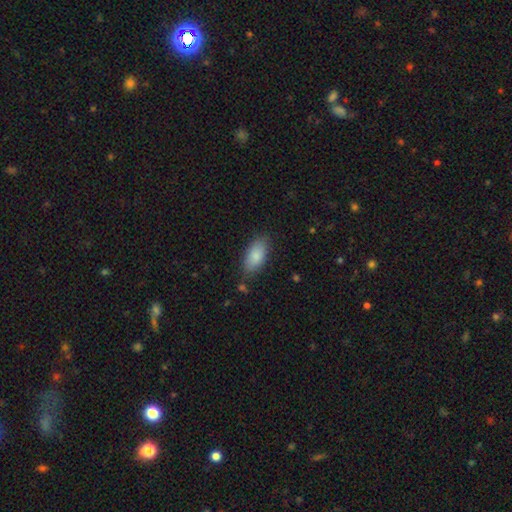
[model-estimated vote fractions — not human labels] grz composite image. It shows a smooth galaxy with no disk features (85%) that is in between round and cigar-shaped (90%). Merging: none (79%).